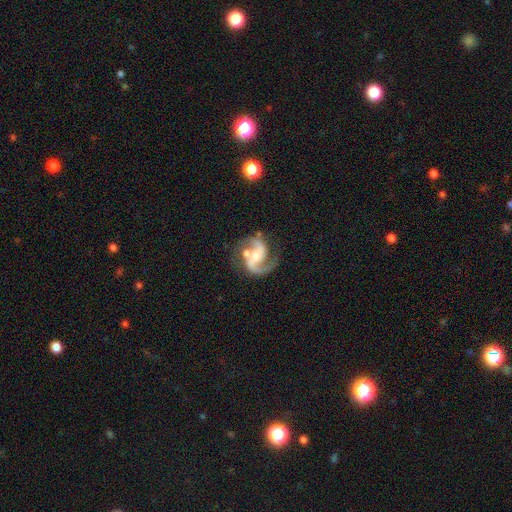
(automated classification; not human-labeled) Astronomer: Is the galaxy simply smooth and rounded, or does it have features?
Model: featured or disk — 91%.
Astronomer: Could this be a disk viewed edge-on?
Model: no — 98%.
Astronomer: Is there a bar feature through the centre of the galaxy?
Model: weak — 39% (runner-up: no, 35%).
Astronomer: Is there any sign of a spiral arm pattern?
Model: yes — 98%.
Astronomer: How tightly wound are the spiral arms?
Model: medium — 59%.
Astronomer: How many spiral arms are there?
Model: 2 — 90%.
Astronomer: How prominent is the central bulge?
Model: moderate — 48% (runner-up: small, 39%).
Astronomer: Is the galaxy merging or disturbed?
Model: none — 65%.